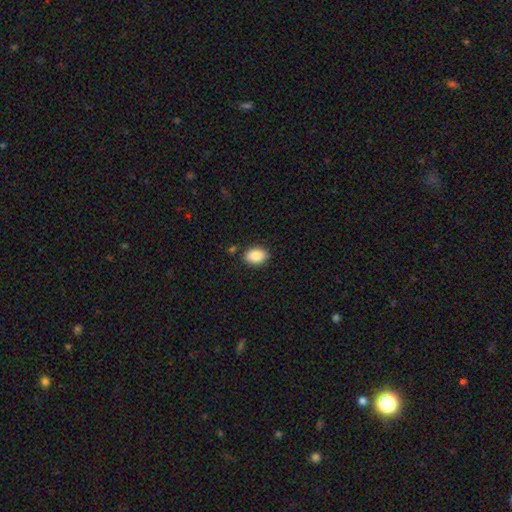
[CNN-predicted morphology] A smooth galaxy with no disk features (88%) that is in between round and cigar-shaped (83%). Merging: none (84%).